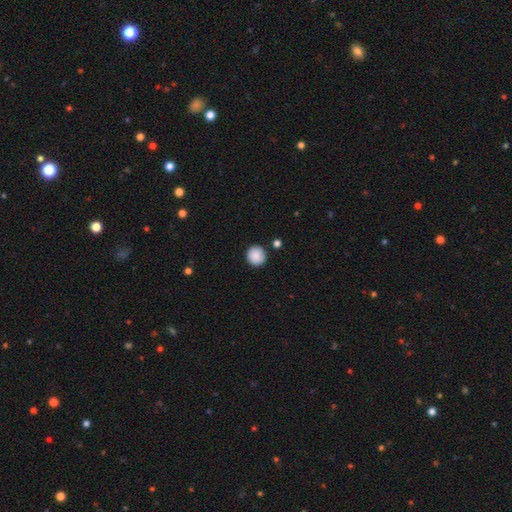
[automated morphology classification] Smooth or featured?
  - smooth: 89% *
  - star or artifact: 8%
  - featured or disk: 3%
How rounded?
  - round: 92% *
  - in between: 7%
  - cigar-shaped: 1%
Merging?
  - none: 90% *
  - minor disturbance: 6%
  - merger: 2%
  - major disturbance: 2%